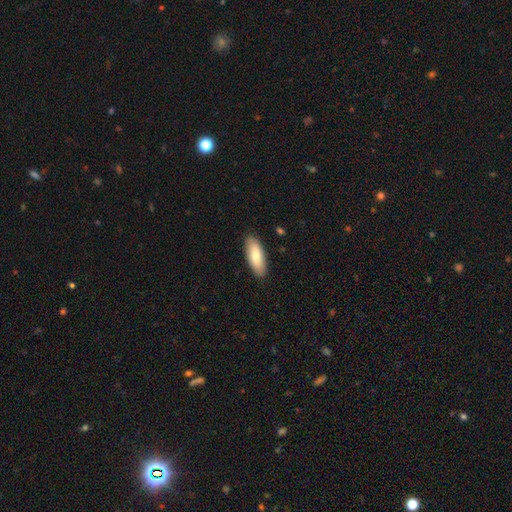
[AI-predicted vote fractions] smooth_or_featured: smooth (p=0.76) [alt: featured or disk p=0.19]
how_rounded: in between (p=0.77) [alt: cigar-shaped p=0.21]
merging: none (p=0.88) [alt: minor disturbance p=0.09]